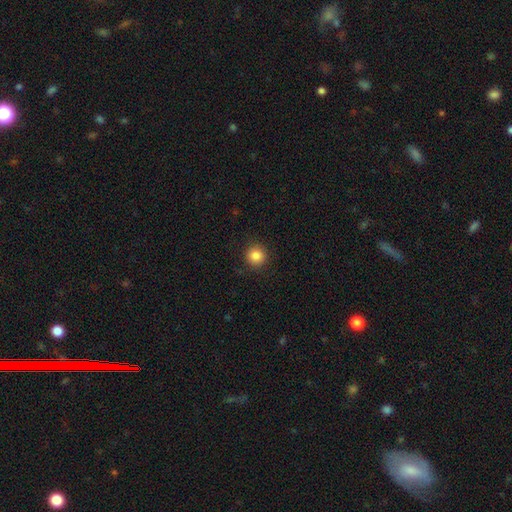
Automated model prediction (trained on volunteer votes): This appears to be a smooth galaxy with no disk features (85%) that is round (93%). Merging: none (90%).